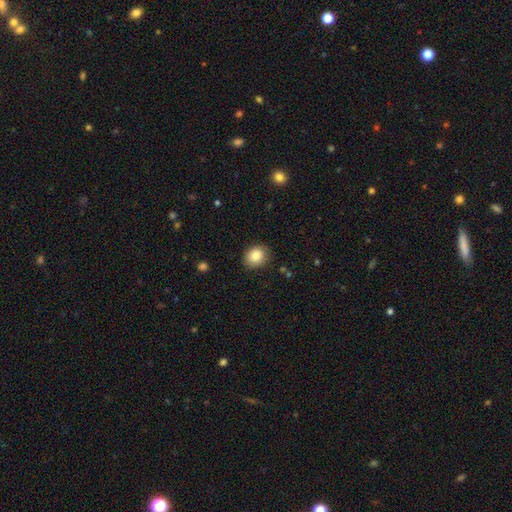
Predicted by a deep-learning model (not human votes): This is clearly a smooth galaxy (86%). How rounded: likely round (62%). Merging: clearly none (85%).